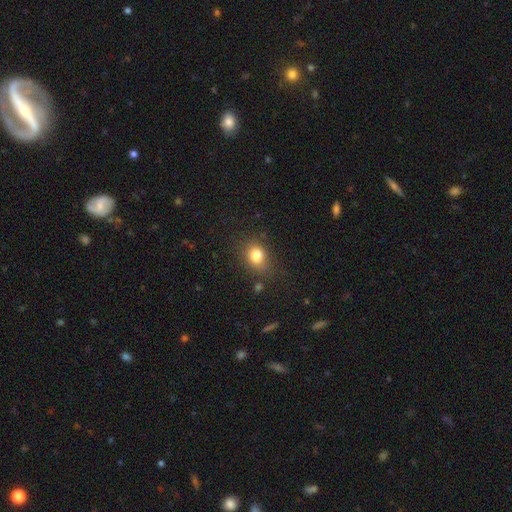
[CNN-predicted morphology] Smooth or featured? Predicted: smooth (p=0.81). How rounded? Predicted: round (p=0.51). Merging? Predicted: none (p=0.70).